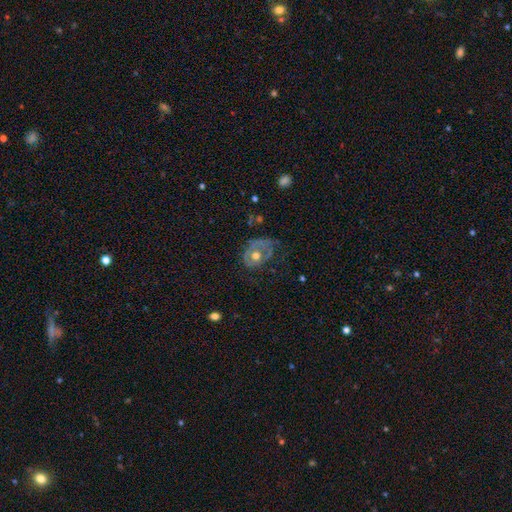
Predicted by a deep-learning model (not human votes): Smooth or featured: featured or disk — 55% (smooth — 37%)
Edge-on disk: no — 96% (yes — 4%)
Bar: no — 88% (weak — 10%)
Spiral arms: no — 65% (yes — 35%)
Bulge size: moderate — 74% (large — 12%)
Merging: none — 38% (major disturbance — 32%)